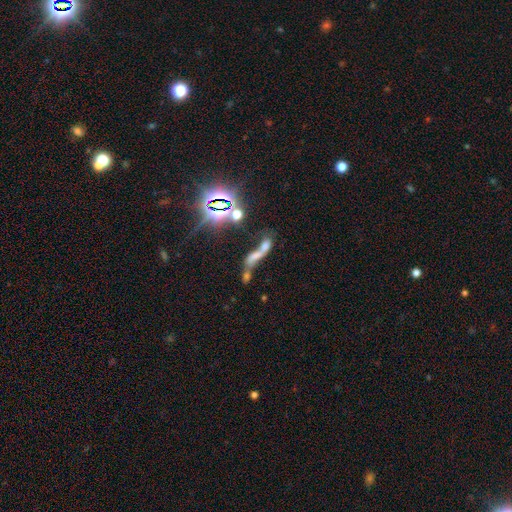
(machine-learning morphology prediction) Smooth or featured: smooth — 41% (featured or disk — 33%)
Merging: merger — 63% (none — 17%)